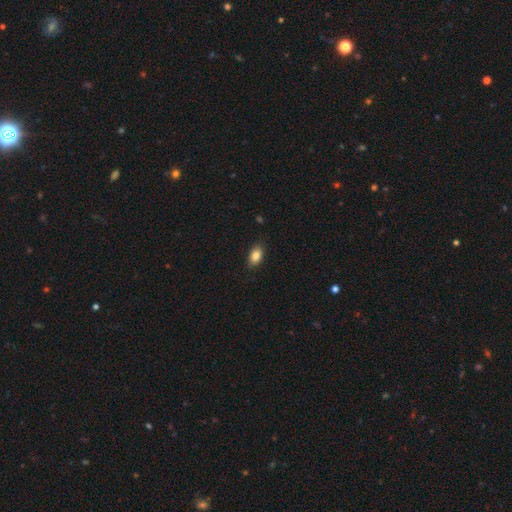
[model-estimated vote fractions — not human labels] Smooth or featured?
  - smooth: 86% *
  - star or artifact: 8%
  - featured or disk: 6%
How rounded?
  - in between: 88% *
  - round: 9%
  - cigar-shaped: 2%
Merging?
  - none: 86% *
  - minor disturbance: 11%
  - major disturbance: 2%
  - merger: 1%